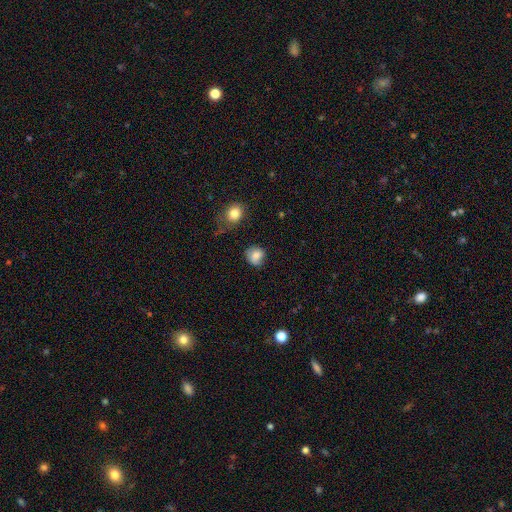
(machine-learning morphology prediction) Smooth or featured?
  - smooth: 74% *
  - featured or disk: 16%
  - star or artifact: 9%
How rounded?
  - round: 77% *
  - in between: 22%
  - cigar-shaped: 1%
Merging?
  - none: 62% *
  - minor disturbance: 26%
  - major disturbance: 9%
  - merger: 3%